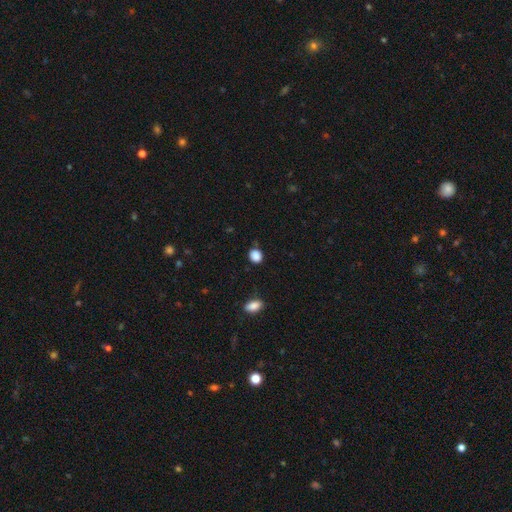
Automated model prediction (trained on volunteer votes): This is clearly a smooth galaxy (87%). How rounded: likely round (63%). Merging: likely none (79%).